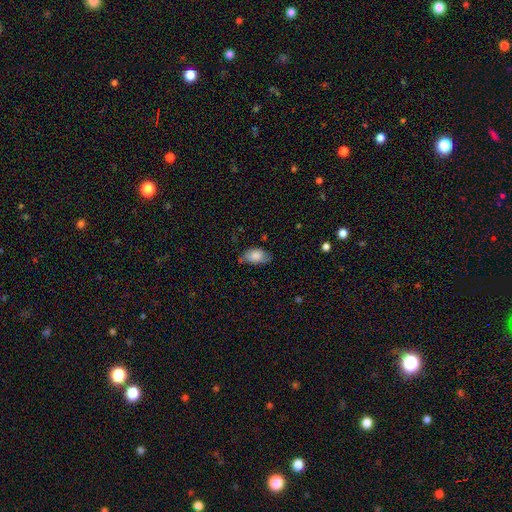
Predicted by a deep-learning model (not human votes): This is likely a smooth galaxy (78%). How rounded: clearly in between (92%). Merging: possibly none (57%).